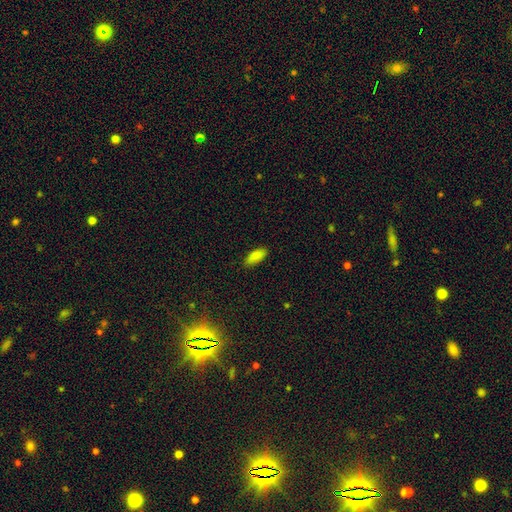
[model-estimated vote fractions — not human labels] Smooth or featured?
  - smooth: 85% *
  - star or artifact: 8%
  - featured or disk: 7%
How rounded?
  - in between: 80% *
  - cigar-shaped: 18%
  - round: 2%
Merging?
  - none: 84% *
  - minor disturbance: 13%
  - major disturbance: 2%
  - merger: 1%